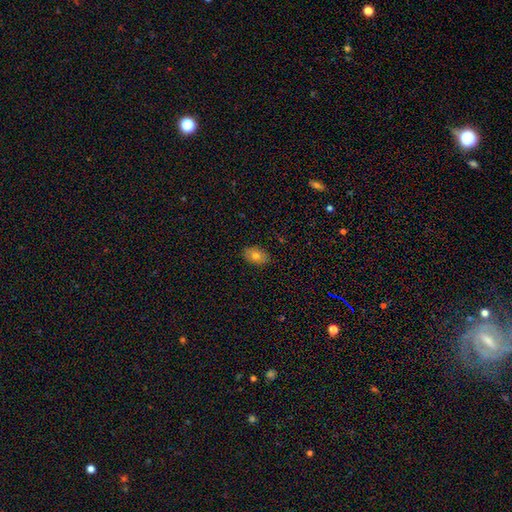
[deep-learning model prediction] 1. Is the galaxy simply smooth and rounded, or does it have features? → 76% smooth, 16% featured or disk, 8% star or artifact.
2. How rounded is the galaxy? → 87% in between, 11% round, 1% cigar-shaped.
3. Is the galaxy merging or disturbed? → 88% none, 9% minor disturbance, 2% major disturbance, 1% merger.